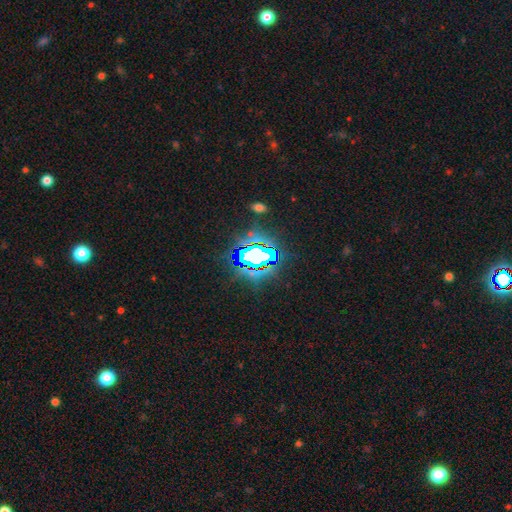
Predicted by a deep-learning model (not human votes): Smooth or featured?
  - star or artifact: 68% *
  - smooth: 18%
  - featured or disk: 14%